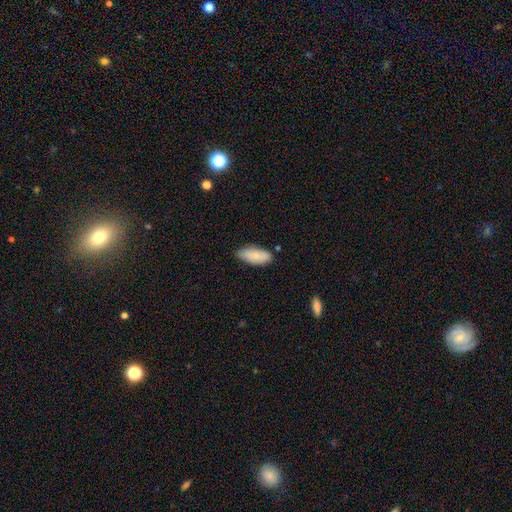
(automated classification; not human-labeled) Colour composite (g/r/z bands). It shows a smooth galaxy with no disk features (83%) that is in between round and cigar-shaped (86%). Merging: none (74%).